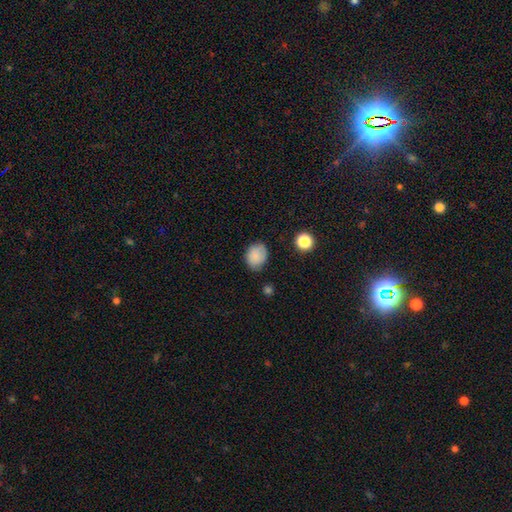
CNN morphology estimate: The model was most divided on "how rounded": round: 52%, in between: 47%, cigar-shaped: 1%. More confident: smooth or featured — smooth (84%); merging — none (71%).